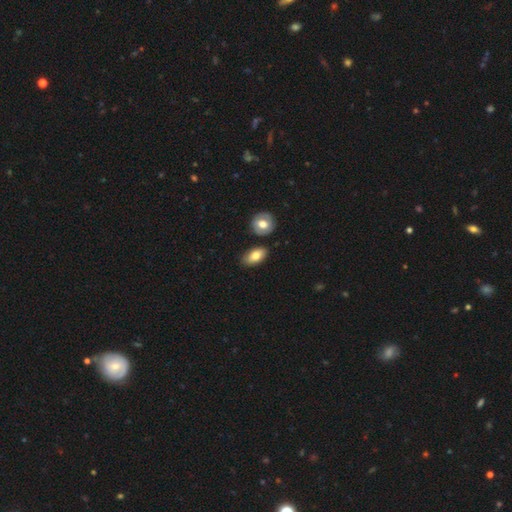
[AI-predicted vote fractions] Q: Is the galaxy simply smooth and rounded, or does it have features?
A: smooth — 77%.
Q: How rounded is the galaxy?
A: in between — 88%.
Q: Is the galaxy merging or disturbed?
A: none — 77%.